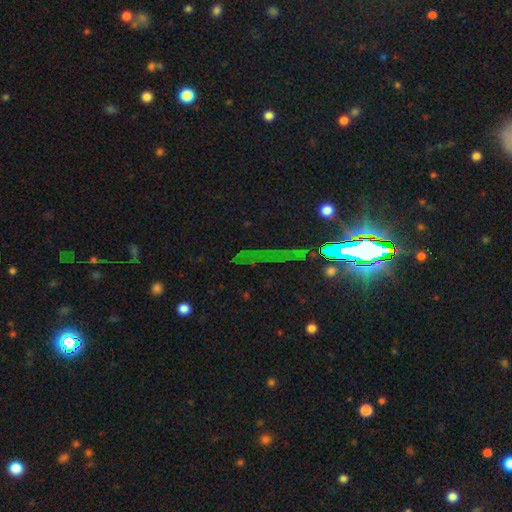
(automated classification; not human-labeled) Smooth or featured? star or artifact (74%)